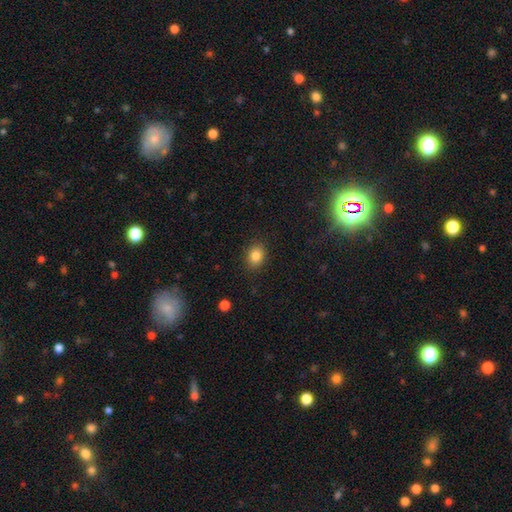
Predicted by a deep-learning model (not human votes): smooth_or_featured: smooth (p=0.84) [alt: star or artifact p=0.10]
how_rounded: in between (p=0.54) [alt: round p=0.45]
merging: none (p=0.88) [alt: minor disturbance p=0.09]